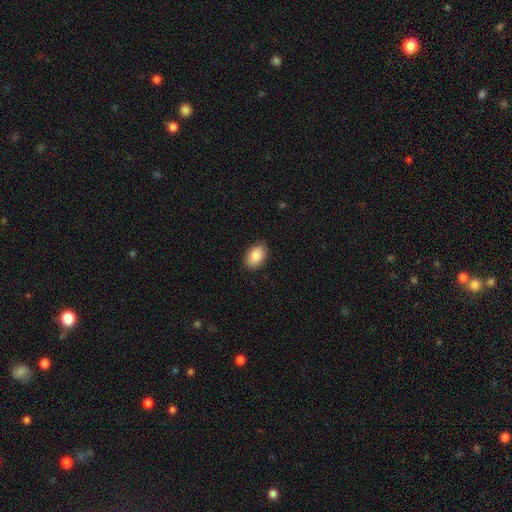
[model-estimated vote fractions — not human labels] smooth 88%, star or artifact 7%, featured or disk 6%. Down the decision tree: how rounded — in between (87%); merging — none (86%).